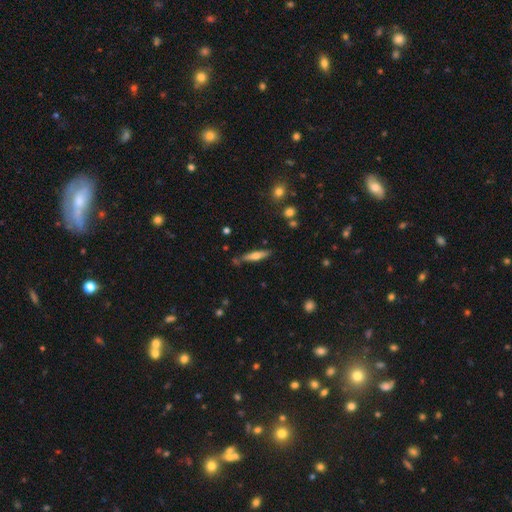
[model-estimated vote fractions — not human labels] Morphology: type=featured or disk (47%); merging=none (79%).